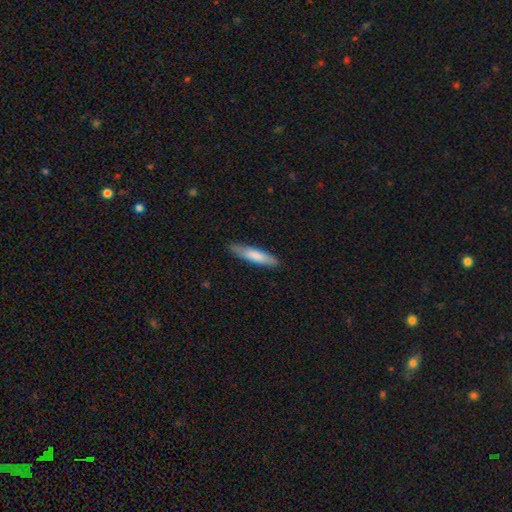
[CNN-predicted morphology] Overall: smooth (76%). How rounded: cigar-shaped (81%). Merging: none (85%).